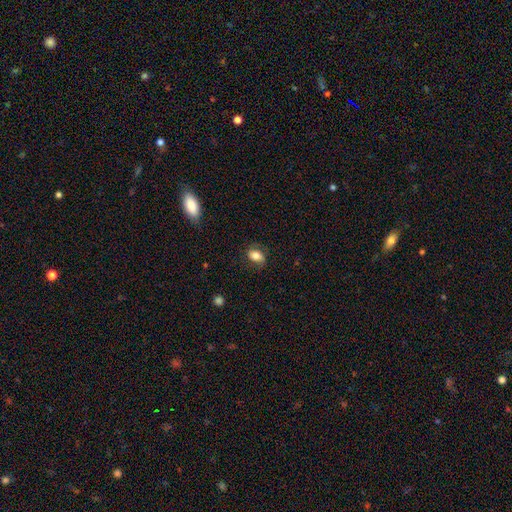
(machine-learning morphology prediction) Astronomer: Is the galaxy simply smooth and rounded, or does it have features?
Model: smooth — 73%.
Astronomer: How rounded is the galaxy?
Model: in between — 81%.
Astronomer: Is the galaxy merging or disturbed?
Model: none — 70%.